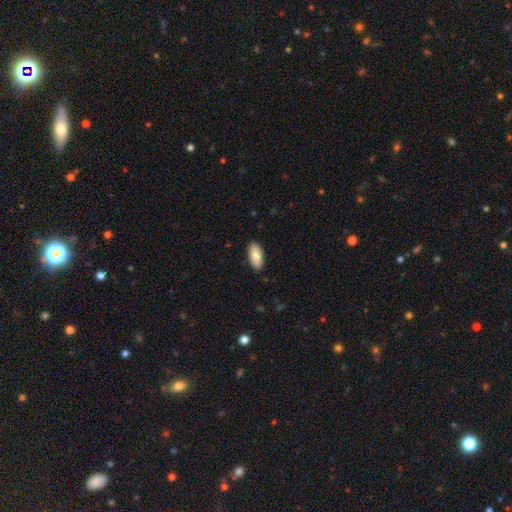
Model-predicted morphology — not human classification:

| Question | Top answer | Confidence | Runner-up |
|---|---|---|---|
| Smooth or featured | smooth | 87% | featured or disk (7%) |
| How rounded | in between | 89% | cigar-shaped (9%) |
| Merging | none | 88% | minor disturbance (9%) |